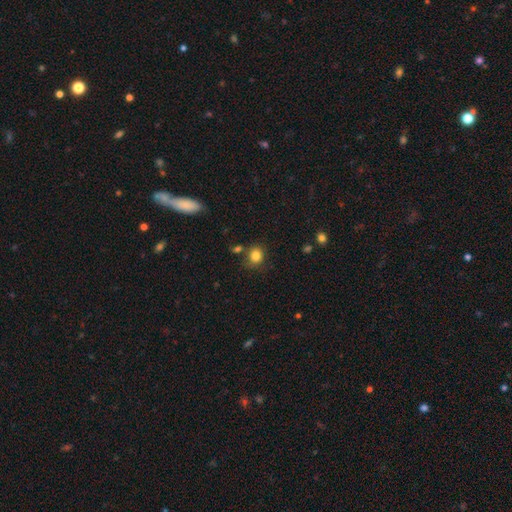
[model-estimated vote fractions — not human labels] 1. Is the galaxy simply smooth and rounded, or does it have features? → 83% smooth, 11% star or artifact, 6% featured or disk.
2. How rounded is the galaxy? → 72% round, 27% in between, 1% cigar-shaped.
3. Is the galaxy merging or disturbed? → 72% none, 15% minor disturbance, 8% merger, 5% major disturbance.